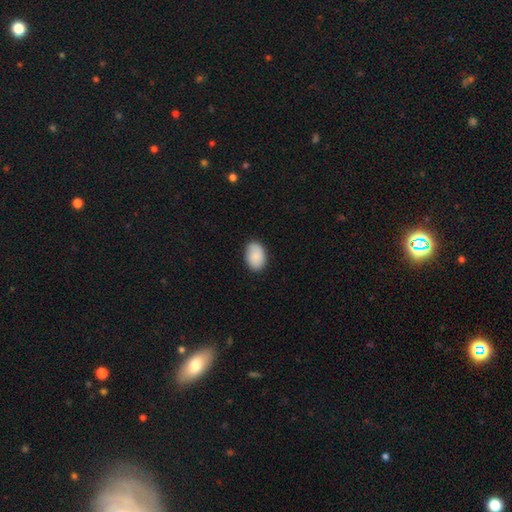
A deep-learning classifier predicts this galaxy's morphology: type=smooth (85%); roundness=in between (87%); merging=none (82%).